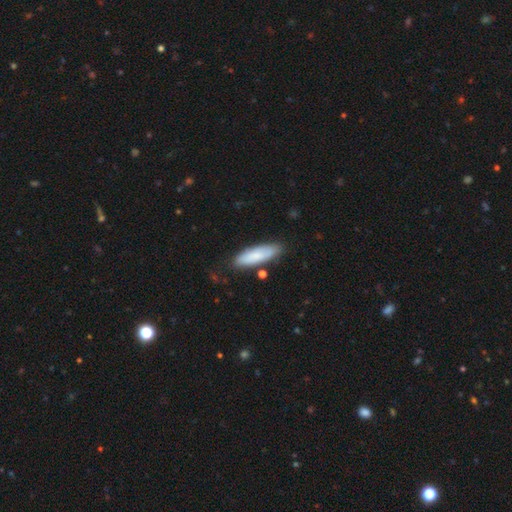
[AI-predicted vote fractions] Smooth or featured? Predicted: smooth (p=0.80). How rounded? Predicted: cigar-shaped (p=0.53). Merging? Predicted: none (p=0.79).